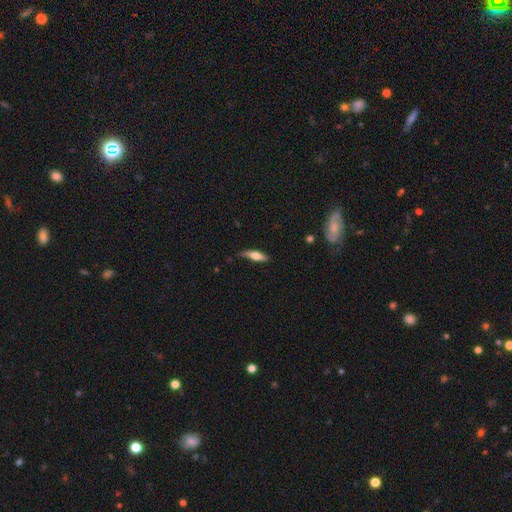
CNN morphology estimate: Q: Smooth or featured?
A: smooth (53%); runner-up: featured or disk (40%)
Q: How rounded?
A: cigar-shaped (65%); runner-up: in between (33%)
Q: Merging?
A: none (72%); runner-up: minor disturbance (22%)